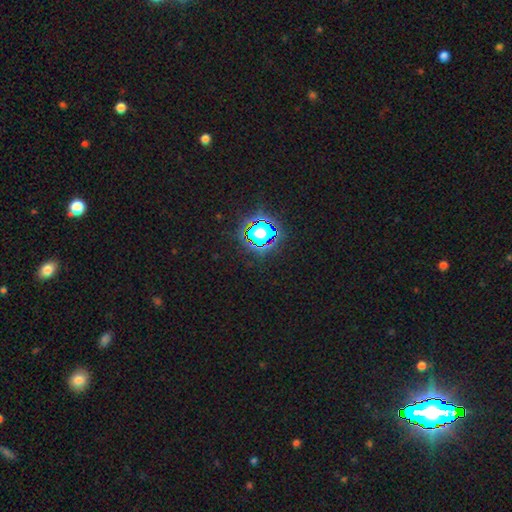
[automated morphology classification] Smooth or featured? Predicted: star or artifact (p=0.83).